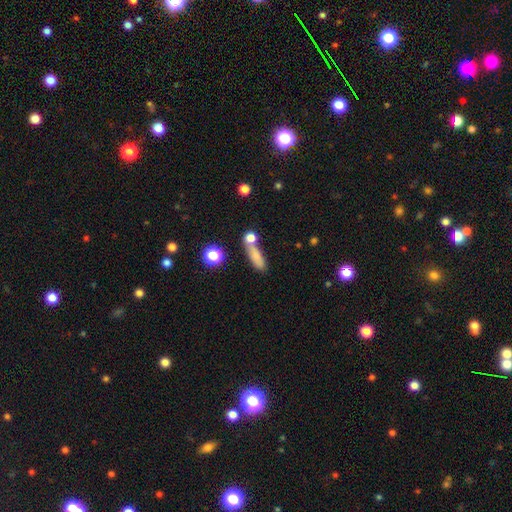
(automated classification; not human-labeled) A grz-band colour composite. It shows a smooth galaxy with no disk features (74%) that is cigar-shaped (48%). Merging: none (56%).